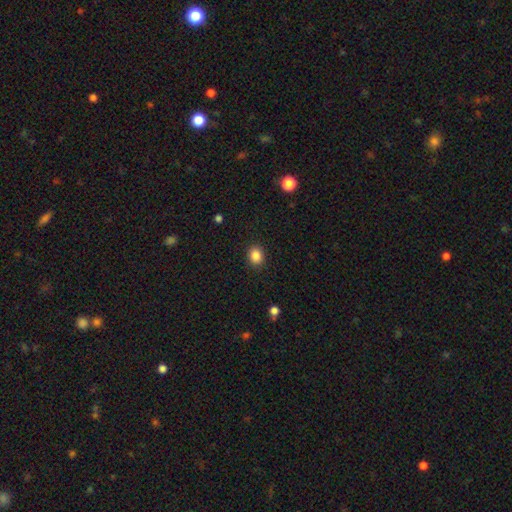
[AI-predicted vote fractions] smooth 87%, star or artifact 10%, featured or disk 4%. Down the decision tree: how rounded — round (56%); merging — none (89%).